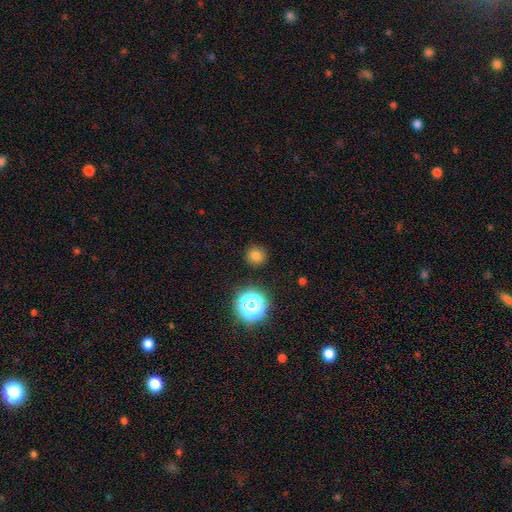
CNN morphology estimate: The model was most divided on "smooth or featured": smooth: 76%, star or artifact: 18%, featured or disk: 5%. More confident: how rounded — round (91%); merging — none (89%).